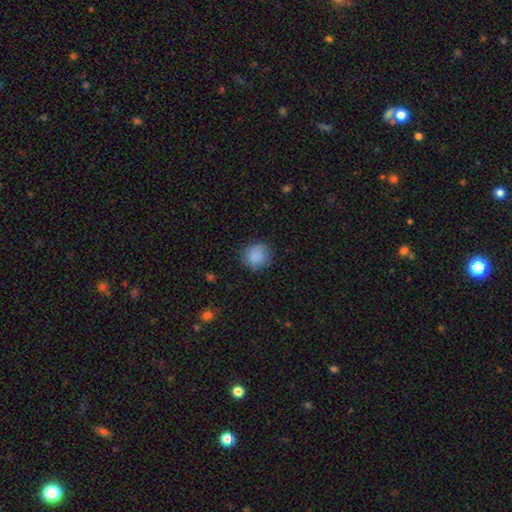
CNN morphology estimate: Smooth or featured: smooth — 86% (star or artifact — 9%)
How rounded: round — 87% (in between — 12%)
Merging: none — 83% (minor disturbance — 12%)